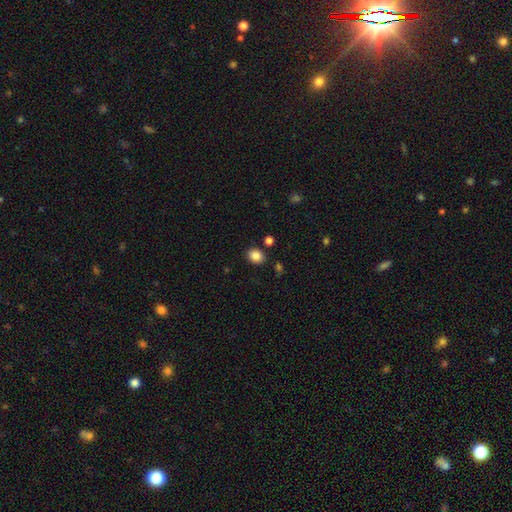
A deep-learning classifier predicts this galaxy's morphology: A smooth galaxy with no disk features (86%) that is round (51%). Merging: none (85%).